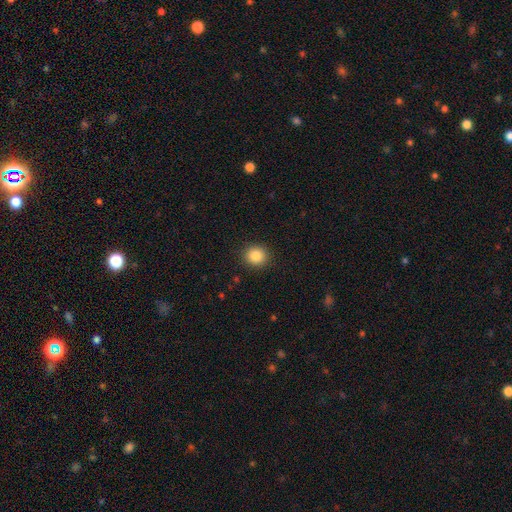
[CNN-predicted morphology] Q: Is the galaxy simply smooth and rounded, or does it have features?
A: smooth — 86%.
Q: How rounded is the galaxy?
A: round — 86%.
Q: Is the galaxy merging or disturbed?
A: none — 91%.